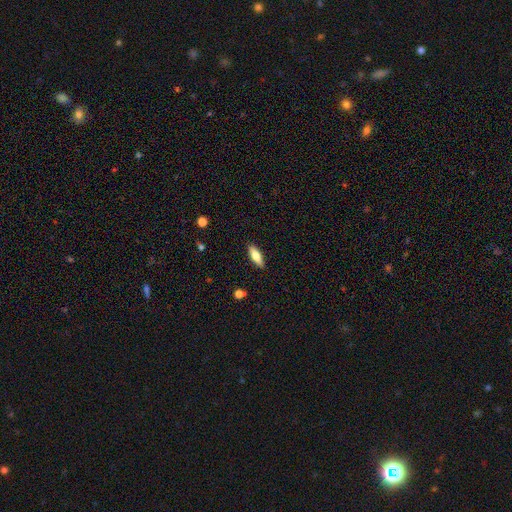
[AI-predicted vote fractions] This is likely a smooth galaxy (65%). How rounded: possibly in between (57%). Merging: clearly none (89%).